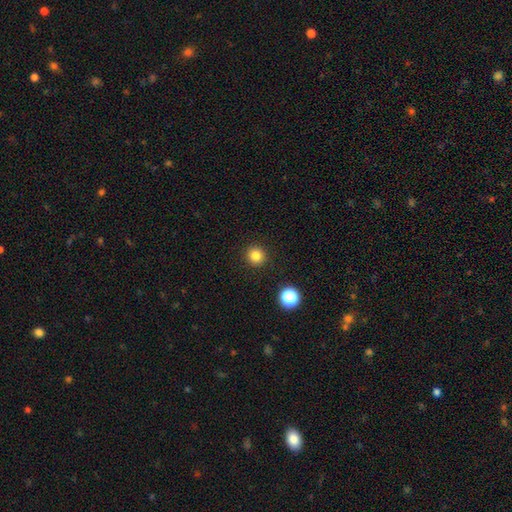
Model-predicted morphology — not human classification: Overall: smooth (82%). How rounded: round (94%). Merging: none (92%).